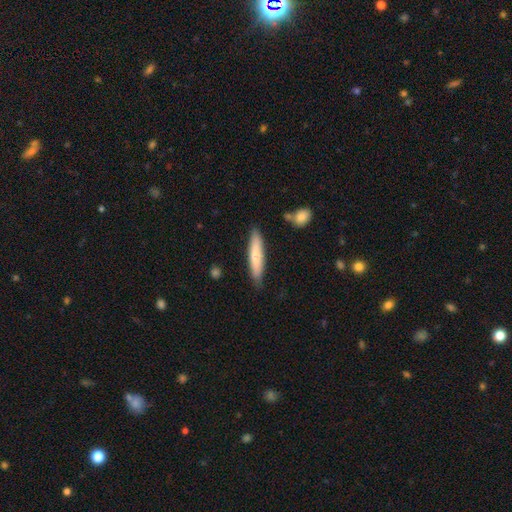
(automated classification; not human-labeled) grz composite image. It shows a smooth galaxy with no disk features (71%) that is cigar-shaped (86%). Merging: none (83%).